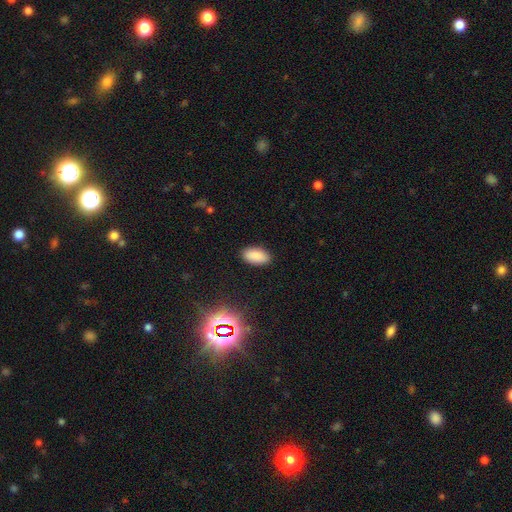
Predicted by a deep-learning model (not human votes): Overall: smooth (86%). How rounded: in between (94%). Merging: none (88%).